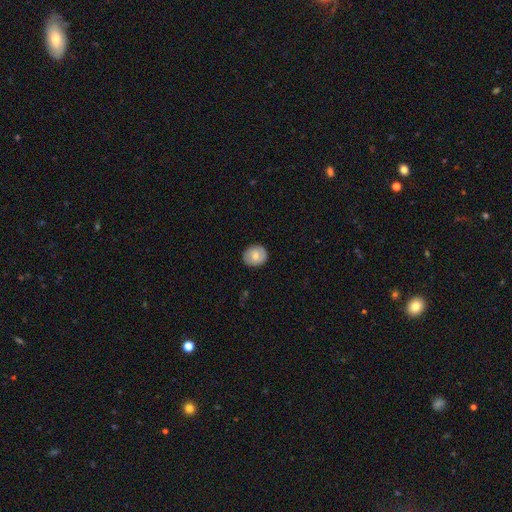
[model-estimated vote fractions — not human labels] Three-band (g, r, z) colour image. It shows a smooth galaxy with no disk features (68%) that is round (74%). Merging: none (87%).